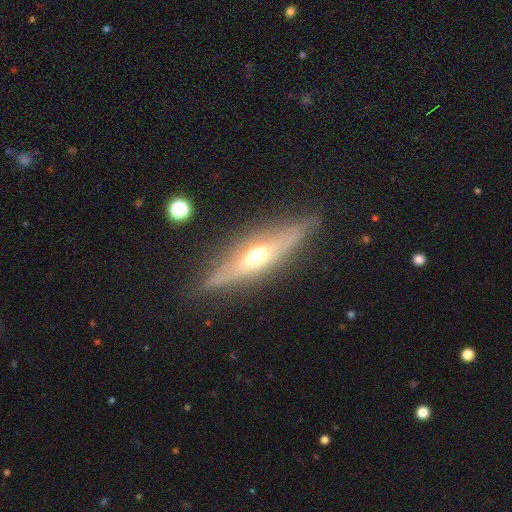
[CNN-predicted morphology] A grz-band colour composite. It shows a featured or disk galaxy (67%) viewed edge-on (86%) with a rounded central bulge (88%). Merging: none (83%).